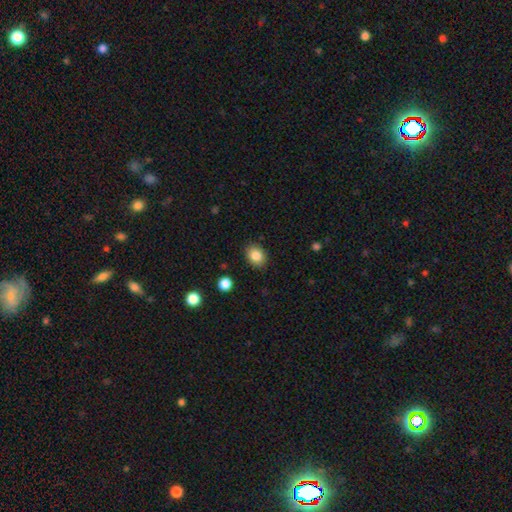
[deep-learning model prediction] Morphology: type=smooth (84%); roundness=in between (53%); merging=none (87%).